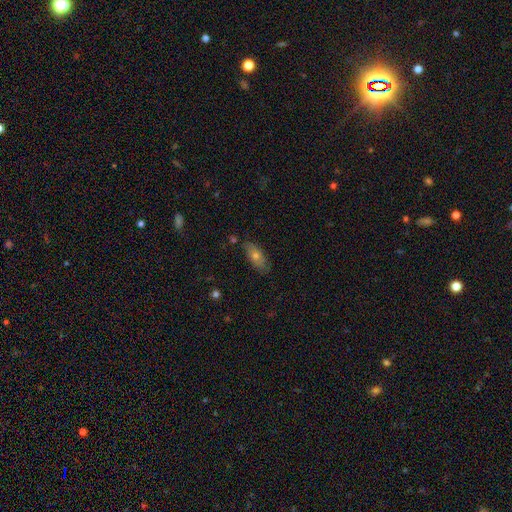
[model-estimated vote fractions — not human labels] Smooth or featured: smooth — 61% (featured or disk — 29%)
How rounded: in between — 76% (cigar-shaped — 20%)
Merging: none — 78% (minor disturbance — 17%)